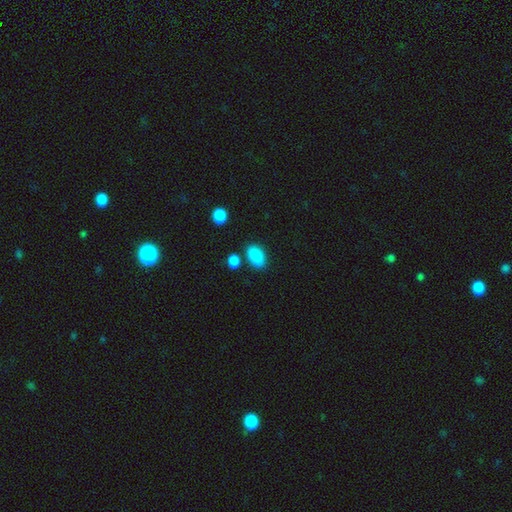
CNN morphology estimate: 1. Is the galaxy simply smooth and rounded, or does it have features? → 89% smooth, 8% star or artifact, 3% featured or disk.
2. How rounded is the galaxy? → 91% in between, 8% round, 2% cigar-shaped.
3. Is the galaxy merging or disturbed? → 78% none, 12% minor disturbance, 7% merger, 3% major disturbance.